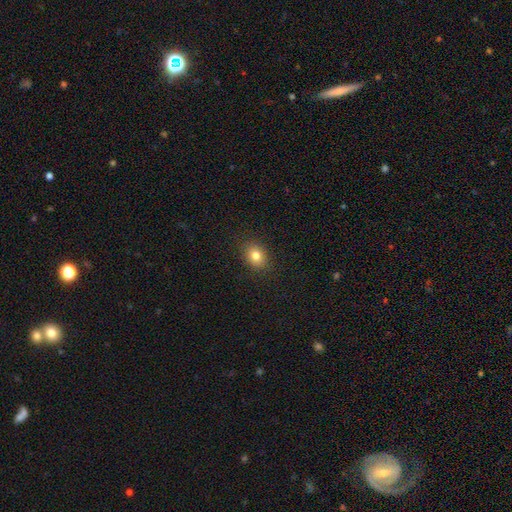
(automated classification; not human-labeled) Overall: smooth (82%). How rounded: in between (58%; round 41%). Merging: none (89%).